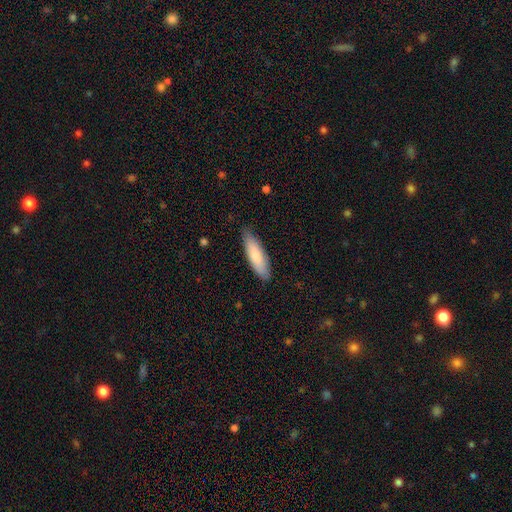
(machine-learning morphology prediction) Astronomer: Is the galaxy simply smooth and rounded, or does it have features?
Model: smooth — 80%.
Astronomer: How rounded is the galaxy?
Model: cigar-shaped — 57% (runner-up: in between, 41%).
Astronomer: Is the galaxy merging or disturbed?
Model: none — 84%.